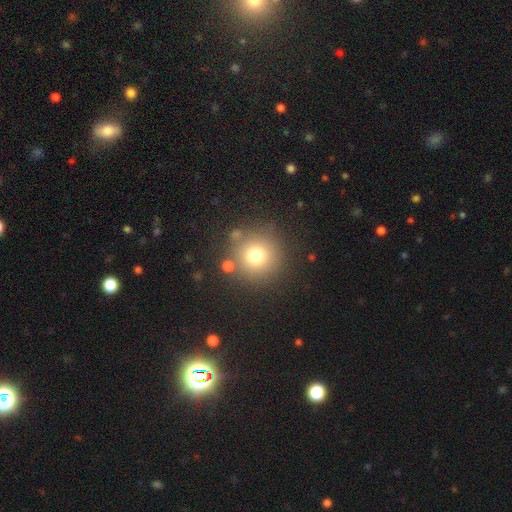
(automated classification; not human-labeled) Smooth or featured? smooth (74%)
How rounded? round (95%)
Merging? none (81%)